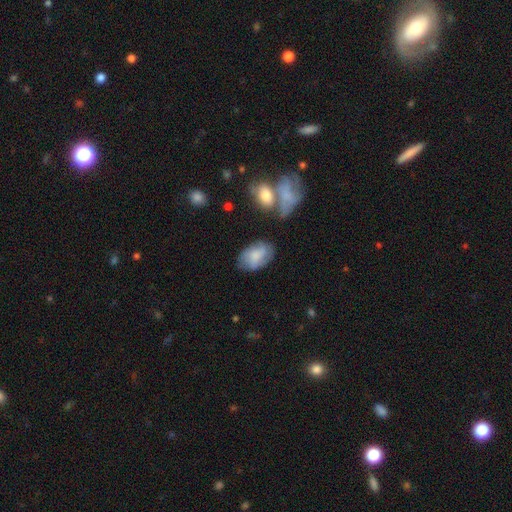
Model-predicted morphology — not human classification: Q: Smooth or featured?
A: smooth (59%); runner-up: featured or disk (33%)
Q: How rounded?
A: in between (89%); runner-up: round (9%)
Q: Merging?
A: none (64%); runner-up: minor disturbance (23%)